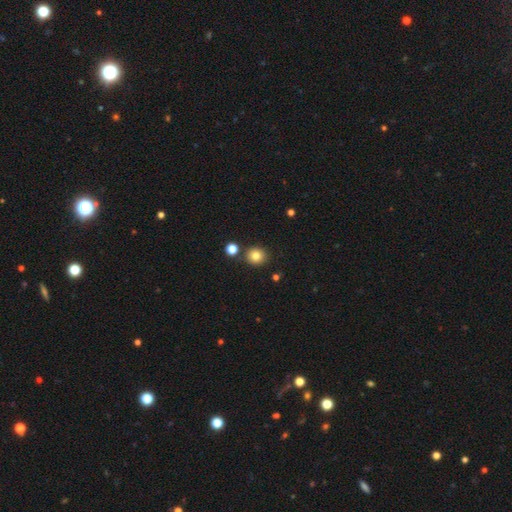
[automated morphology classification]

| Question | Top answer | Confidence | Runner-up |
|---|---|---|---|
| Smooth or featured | smooth | 82% | star or artifact (12%) |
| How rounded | round | 84% | in between (15%) |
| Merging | none | 84% | minor disturbance (8%) |